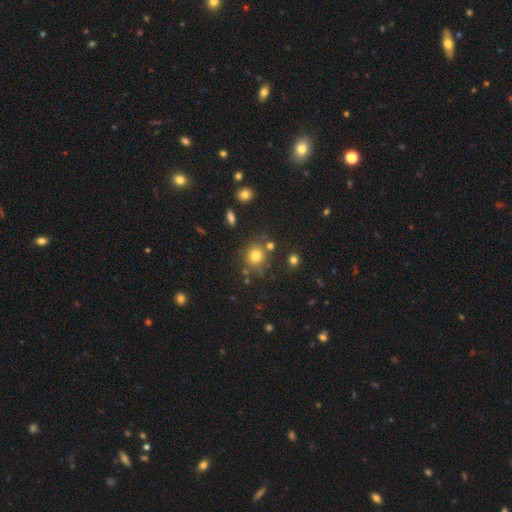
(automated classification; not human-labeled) This appears to be a smooth galaxy with no disk features (77%) that is round (85%). Merging: none (75%).